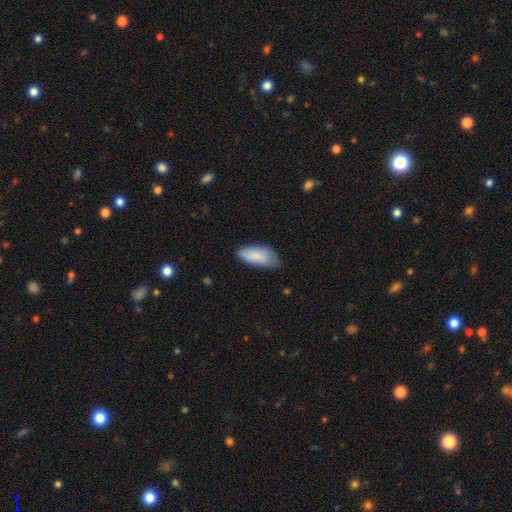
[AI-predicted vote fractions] smooth-or-featured: smooth: 85% | featured or disk: 9% | star or artifact: 6%
  how-rounded: in between: 88% | cigar-shaped: 10% | round: 2%
  merging: none: 56% | minor disturbance: 35% | major disturbance: 7% | merger: 2%